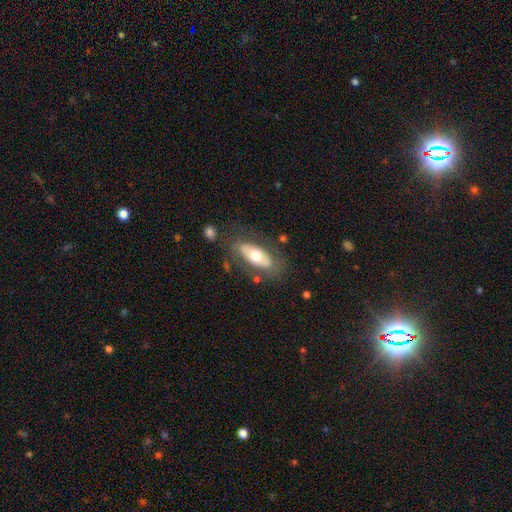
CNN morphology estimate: This appears to be a smooth galaxy with no disk features (51%) that is in between round and cigar-shaped (83%). Merging: none (73%).